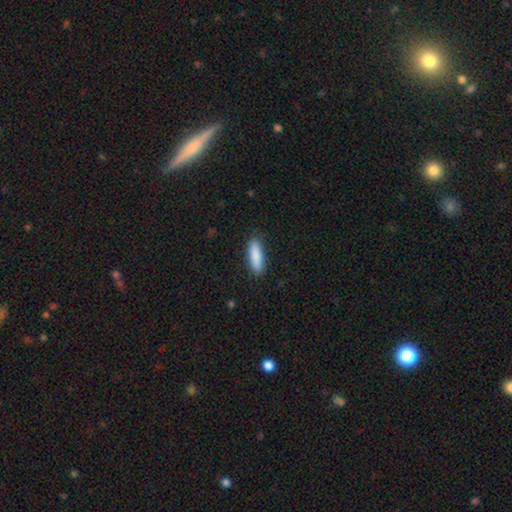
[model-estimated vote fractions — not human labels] smooth 86%, featured or disk 8%, star or artifact 6%. Down the decision tree: how rounded — cigar-shaped (61%); merging — none (88%).